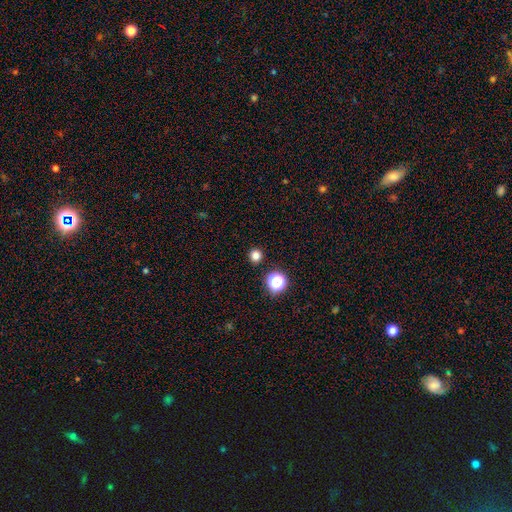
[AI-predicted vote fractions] Smooth or featured: smooth — 79% (star or artifact — 17%)
How rounded: round — 93% (in between — 6%)
Merging: none — 92% (minor disturbance — 5%)